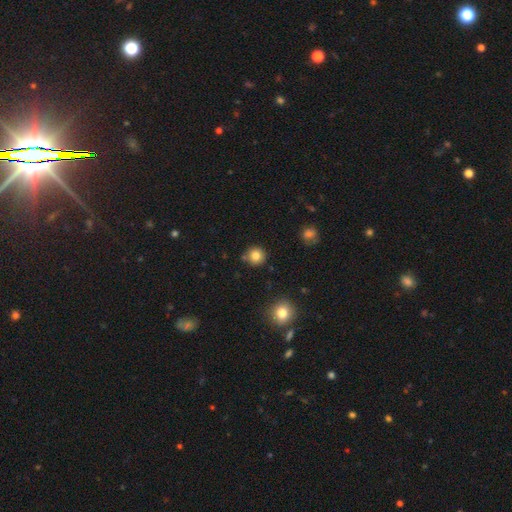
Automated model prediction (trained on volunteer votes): Q: Smooth or featured?
A: smooth (82%); runner-up: star or artifact (12%)
Q: How rounded?
A: round (93%); runner-up: in between (6%)
Q: Merging?
A: none (82%); runner-up: minor disturbance (11%)